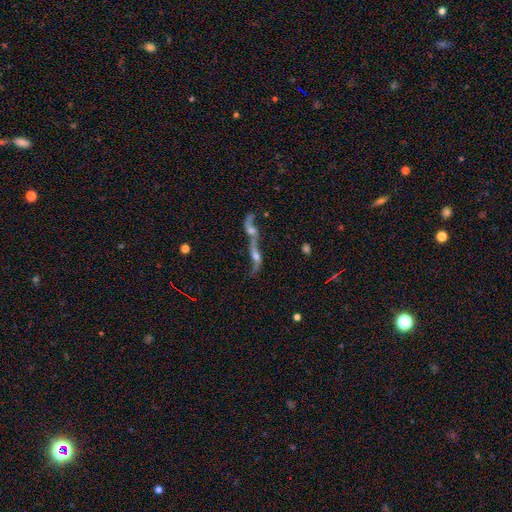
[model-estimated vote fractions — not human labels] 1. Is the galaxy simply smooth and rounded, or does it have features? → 58% featured or disk, 27% smooth, 16% star or artifact.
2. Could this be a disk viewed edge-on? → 74% no, 26% yes.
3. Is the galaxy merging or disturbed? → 78% merger, 10% none, 8% major disturbance, 4% minor disturbance.